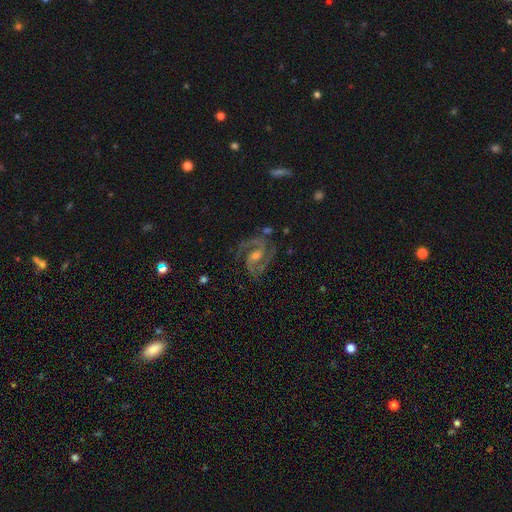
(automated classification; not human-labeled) smooth-or-featured: featured or disk: 90% | star or artifact: 6% | smooth: 3%
  disk-edge-on: no: 98% | yes: 2%
    bar: weak: 45% | no: 35% | strong: 20%
    has-spiral-arms: yes: 98% | no: 2%
      spiral-winding: medium: 59% | tight: 30% | loose: 11%
      spiral-arm-count: 2: 77% | 3: 13% | can't tell: 3% | 4: 2% | 1: 2% | more than 4: 2%
    bulge-size: moderate: 53% | small: 40% | large: 3% | none: 3% | dominant: 1%
  merging: none: 73% | minor disturbance: 16% | major disturbance: 8% | merger: 3%